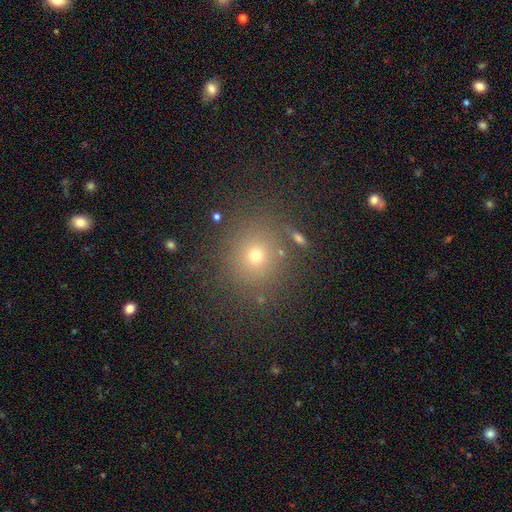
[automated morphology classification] smooth-or-featured: smooth: 69% | star or artifact: 21% | featured or disk: 10%
  how-rounded: round: 84% | in between: 15% | cigar-shaped: 1%
  merging: none: 83% | minor disturbance: 9% | major disturbance: 4% | merger: 4%